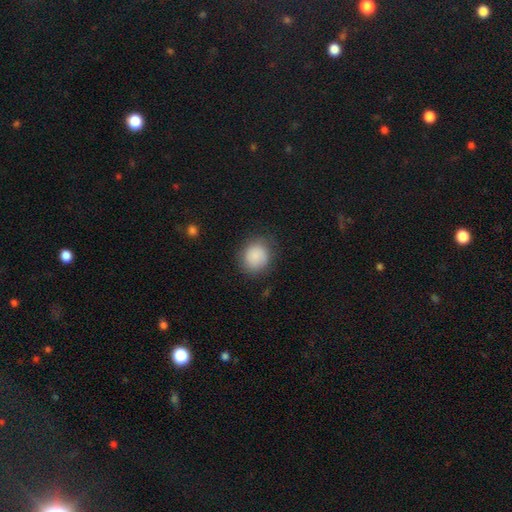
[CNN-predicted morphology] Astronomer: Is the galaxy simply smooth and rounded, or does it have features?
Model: smooth — 87%.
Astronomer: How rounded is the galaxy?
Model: round — 79%.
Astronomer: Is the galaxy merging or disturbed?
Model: none — 81%.